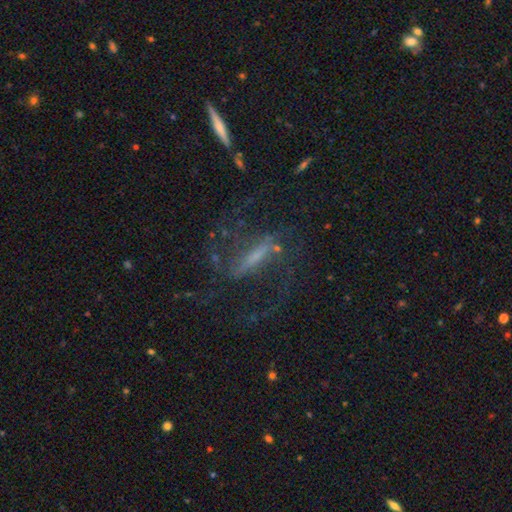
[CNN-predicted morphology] A featured or disk galaxy (75%) with a strong bar (63%), 2 (73%) loose (51%) spiral arms (86%) and a small central bulge (41%).

Vote fractions:
- Smooth or featured? featured or disk: 75% / star or artifact: 13% / smooth: 12%
- Edge-on disk? no: 78% / yes: 22%
- Bar? strong: 63% / weak: 26% / no: 11%
- Spiral arms? yes: 86% / no: 14%
- Spiral winding? loose: 51% / medium: 35% / tight: 13%
- Spiral arm count? 2: 73% / can't tell: 12% / 1: 6% / 3: 4% / 4: 2% / more than 4: 2%
- Bulge size? small: 41% / none: 27% / moderate: 24% / large: 6% / dominant: 2%
- Merging? none: 58% / major disturbance: 24% / minor disturbance: 15% / merger: 3%